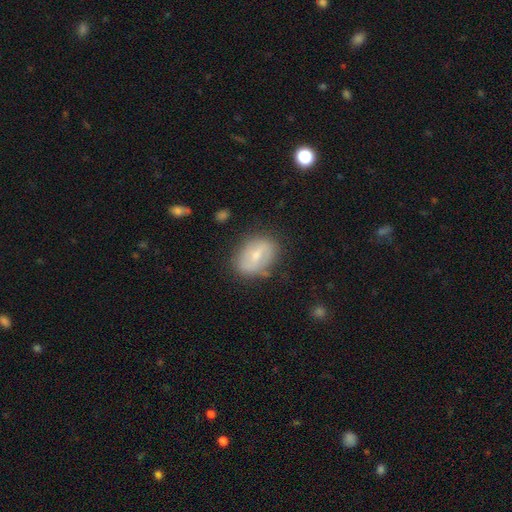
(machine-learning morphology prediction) Q: Smooth or featured?
A: smooth (53%); runner-up: featured or disk (40%)
Q: How rounded?
A: in between (78%); runner-up: round (21%)
Q: Merging?
A: none (71%); runner-up: minor disturbance (21%)